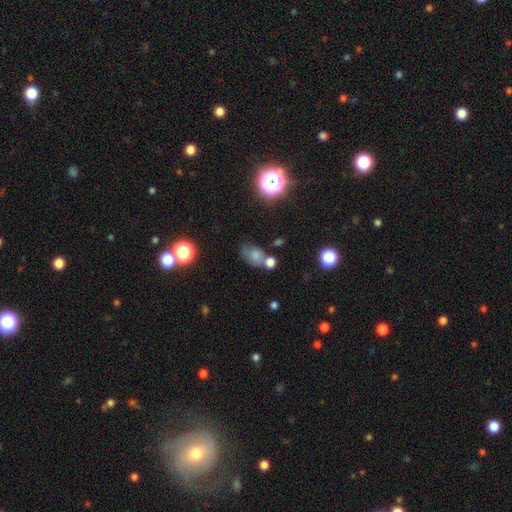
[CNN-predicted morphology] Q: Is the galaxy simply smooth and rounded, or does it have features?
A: smooth — 67%.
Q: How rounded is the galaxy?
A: in between — 75%.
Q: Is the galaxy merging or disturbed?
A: none — 42%.